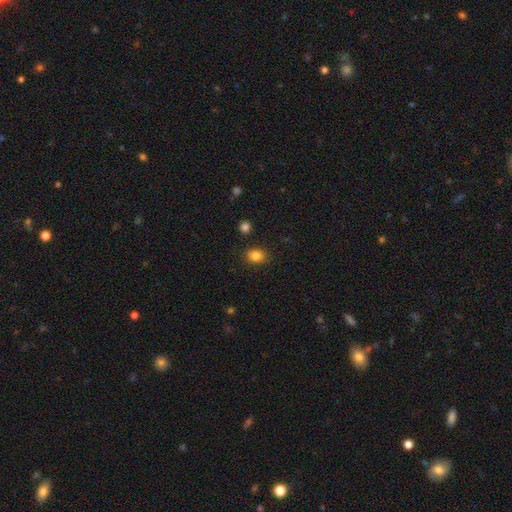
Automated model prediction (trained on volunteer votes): smooth_or_featured: smooth (p=0.84) [alt: star or artifact p=0.11]
how_rounded: in between (p=0.53) [alt: round p=0.46]
merging: none (p=0.85) [alt: minor disturbance p=0.10]